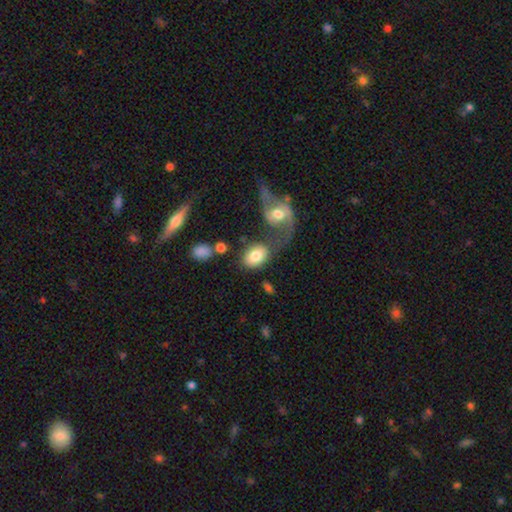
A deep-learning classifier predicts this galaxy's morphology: A smooth galaxy with no disk features (75%) that is in between round and cigar-shaped (80%).

Vote fractions:
- Smooth or featured? smooth: 75% / featured or disk: 19% / star or artifact: 6%
- How rounded? in between: 80% / round: 19% / cigar-shaped: 1%
- Merging? none: 46% / merger: 30% / minor disturbance: 15% / major disturbance: 10%